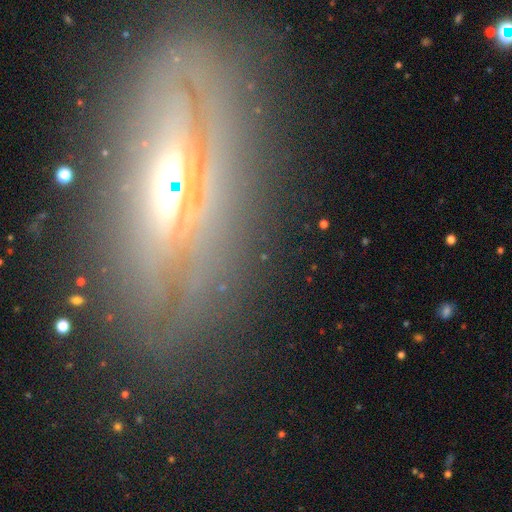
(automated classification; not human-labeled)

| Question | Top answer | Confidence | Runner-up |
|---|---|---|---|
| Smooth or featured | featured or disk | 74% | smooth (15%) |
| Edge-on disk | yes | 52% | no (48%) |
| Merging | none | 75% | minor disturbance (14%) |